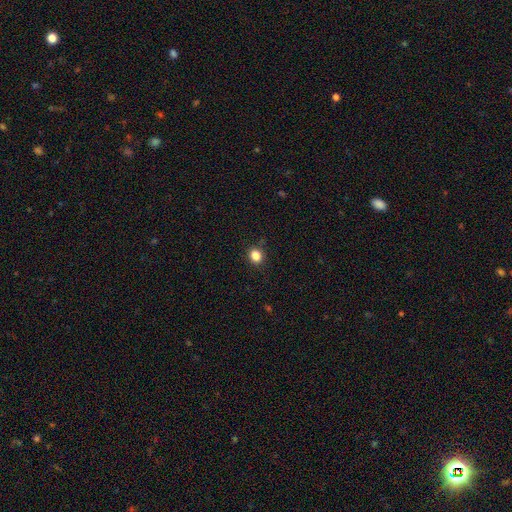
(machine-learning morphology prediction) Overall: smooth (84%). How rounded: round (67%; in between 32%). Merging: none (87%).